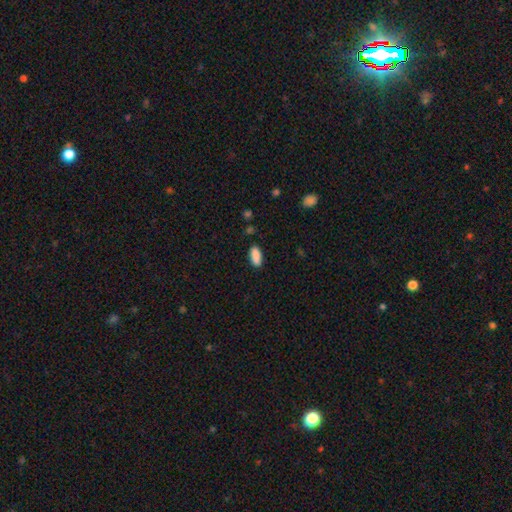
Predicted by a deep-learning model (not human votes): The model was most divided on "merging": none: 85%, minor disturbance: 11%, major disturbance: 2%, merger: 2%. More confident: smooth or featured — smooth (89%); how rounded — in between (87%).